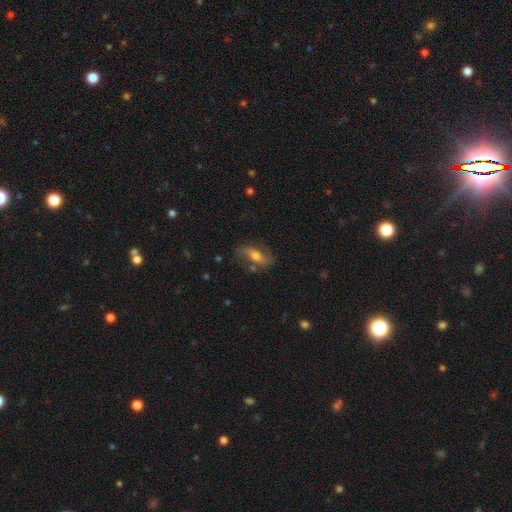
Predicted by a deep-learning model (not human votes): This appears to be a featured or disk galaxy (58%). Merging: none (69%).